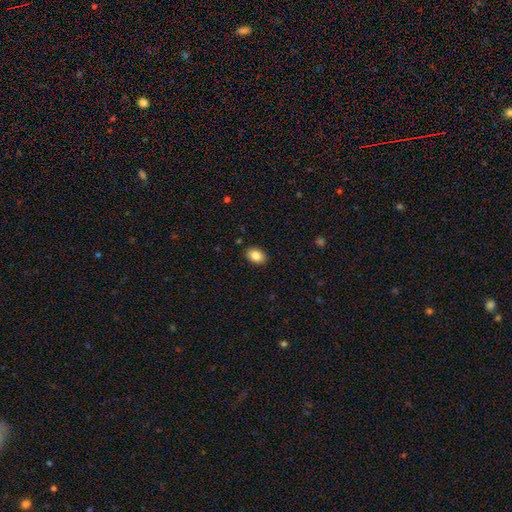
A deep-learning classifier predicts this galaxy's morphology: The model was most divided on "how rounded": in between: 82%, round: 17%, cigar-shaped: 1%. More confident: merging — none (89%); smooth or featured — smooth (85%).